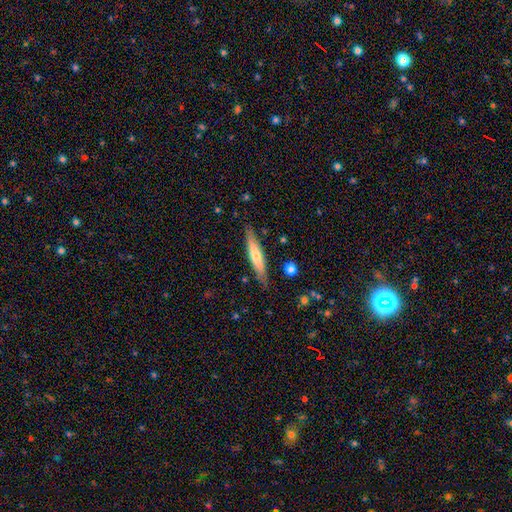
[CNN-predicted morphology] smooth-or-featured: smooth: 52% | featured or disk: 42% | star or artifact: 6%
  how-rounded: cigar-shaped: 89% | in between: 10% | round: 1%
  merging: none: 85% | minor disturbance: 11% | major disturbance: 2% | merger: 2%